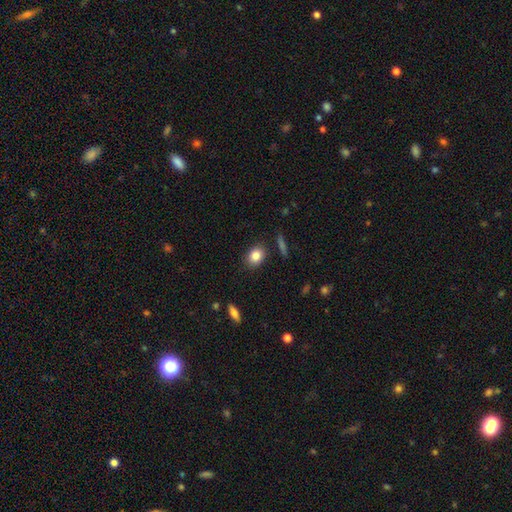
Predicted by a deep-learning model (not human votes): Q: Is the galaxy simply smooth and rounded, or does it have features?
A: smooth — 84%.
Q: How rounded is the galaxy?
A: in between — 63%.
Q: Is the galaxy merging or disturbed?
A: none — 87%.